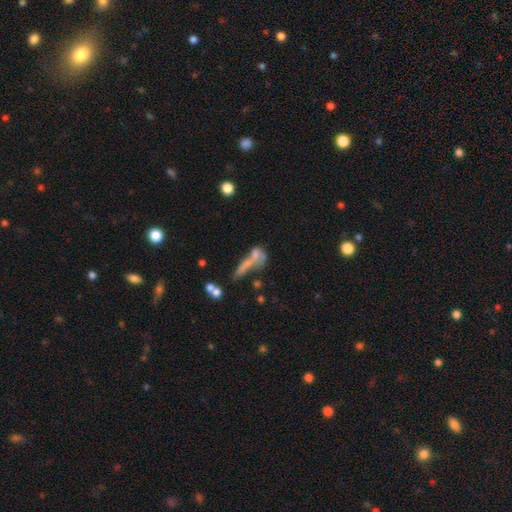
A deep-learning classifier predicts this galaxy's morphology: Q: Smooth or featured?
A: smooth (51%); runner-up: featured or disk (34%)
Q: How rounded?
A: cigar-shaped (49%); runner-up: in between (39%)
Q: Merging?
A: merger (42%); runner-up: none (24%)